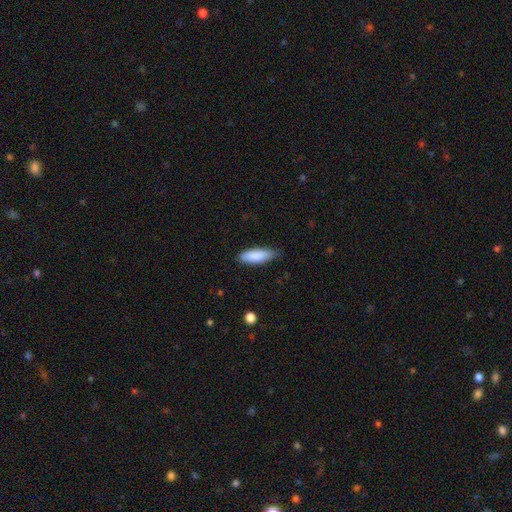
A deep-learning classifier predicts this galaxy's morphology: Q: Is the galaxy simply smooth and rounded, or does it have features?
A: smooth — 86%.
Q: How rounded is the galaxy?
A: in between — 58%.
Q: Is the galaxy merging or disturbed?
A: none — 75%.